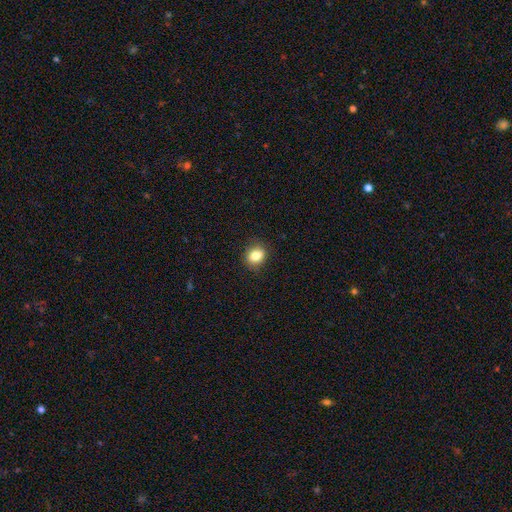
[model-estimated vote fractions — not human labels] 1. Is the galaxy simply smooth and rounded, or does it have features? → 83% smooth, 10% star or artifact, 7% featured or disk.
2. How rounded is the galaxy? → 58% round, 41% in between, 1% cigar-shaped.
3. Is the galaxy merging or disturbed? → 87% none, 9% minor disturbance, 2% major disturbance, 1% merger.